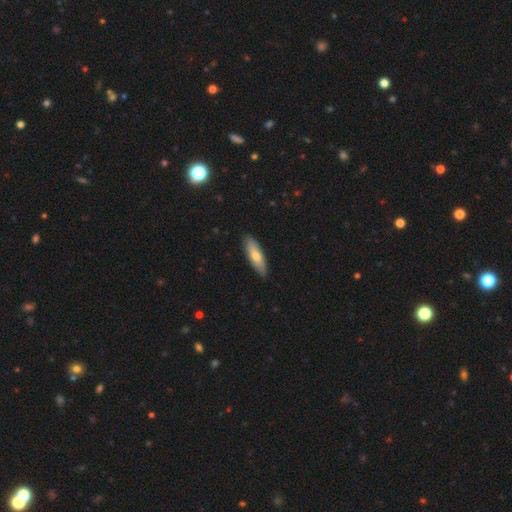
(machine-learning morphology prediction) smooth-or-featured: smooth: 69% | featured or disk: 26% | star or artifact: 5%
  how-rounded: cigar-shaped: 51% | in between: 47% | round: 2%
  merging: none: 87% | minor disturbance: 10% | major disturbance: 2% | merger: 1%